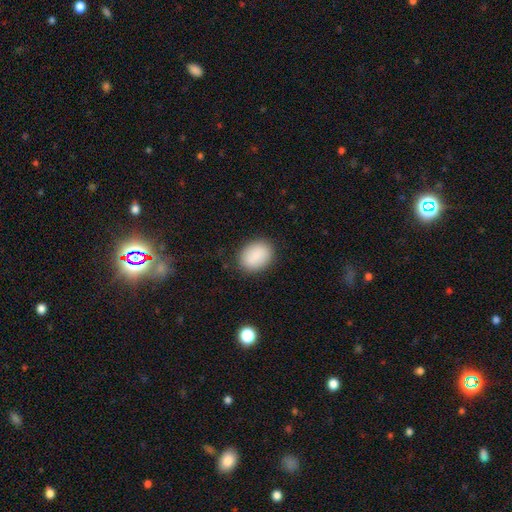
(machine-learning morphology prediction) A smooth galaxy with no disk features (89%) that is in between round and cigar-shaped (67%). Merging: none (86%).